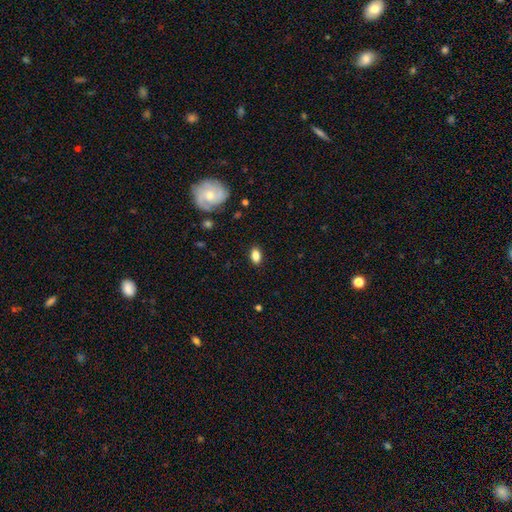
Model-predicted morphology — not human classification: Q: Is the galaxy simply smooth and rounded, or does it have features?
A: smooth — 85%.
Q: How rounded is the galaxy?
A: in between — 88%.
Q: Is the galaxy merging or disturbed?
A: none — 86%.